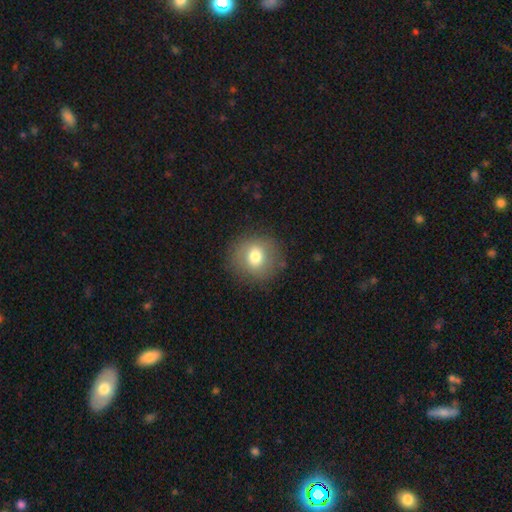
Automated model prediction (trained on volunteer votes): Morphology: type=smooth (72%); roundness=round (86%); merging=none (86%).